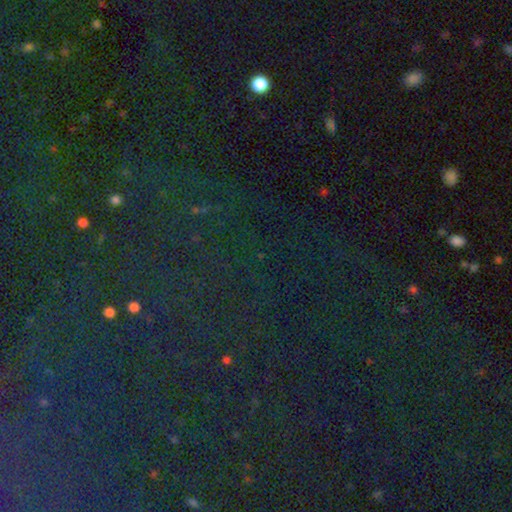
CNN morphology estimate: Smooth or featured? star or artifact (84%)